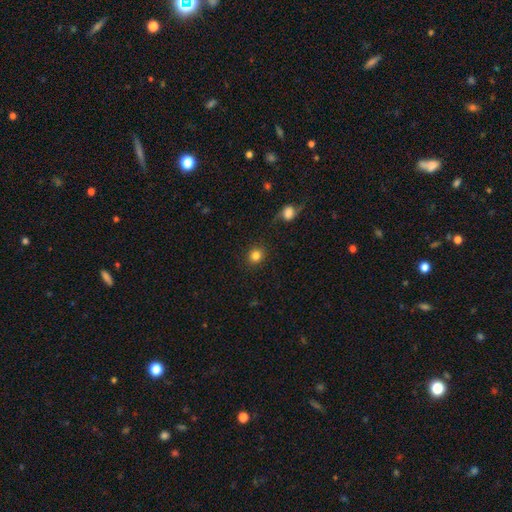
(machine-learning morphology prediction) Overall: smooth (84%). How rounded: round (87%). Merging: none (90%).